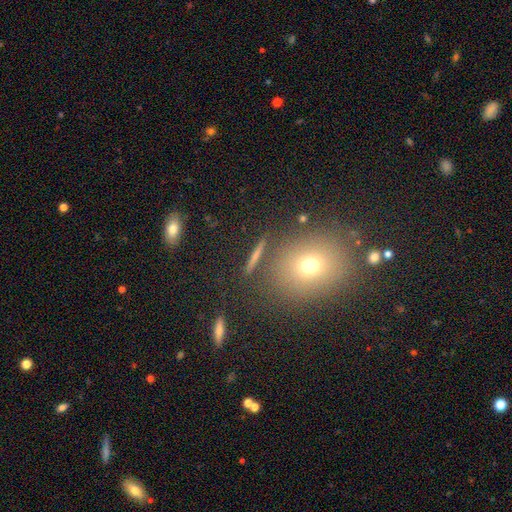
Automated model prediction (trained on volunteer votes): Smooth or featured: smooth — 53% (star or artifact — 30%)
How rounded: round — 55% (in between — 39%)
Merging: none — 81% (minor disturbance — 10%)